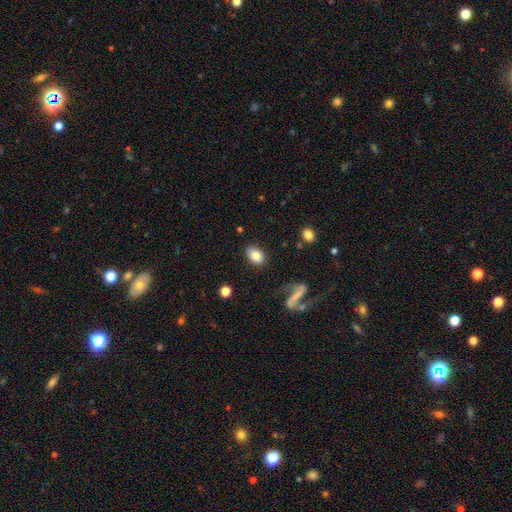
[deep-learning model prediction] Overall: smooth (80%). How rounded: in between (82%). Merging: none (82%).